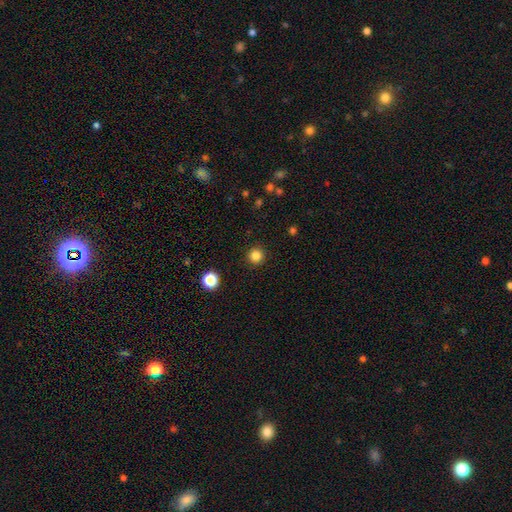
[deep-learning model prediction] Overall: smooth (84%). How rounded: round (96%). Merging: none (92%).